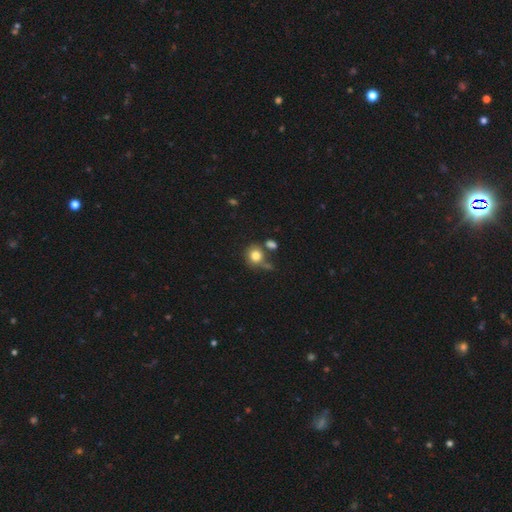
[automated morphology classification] smooth 81%, star or artifact 11%, featured or disk 9%. Down the decision tree: how rounded — round (80%); merging — none (58%).